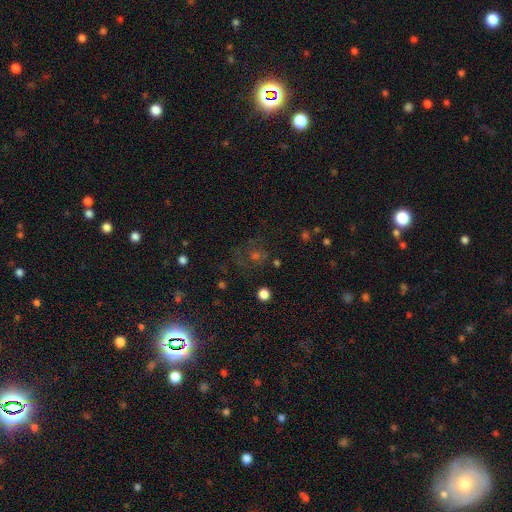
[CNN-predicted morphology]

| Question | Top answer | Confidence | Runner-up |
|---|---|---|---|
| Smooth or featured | star or artifact | 51% | smooth (28%) |